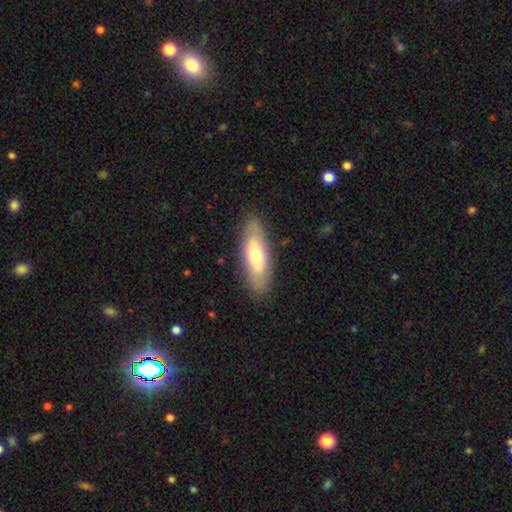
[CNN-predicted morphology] A smooth galaxy with no disk features (56%) that is in between round and cigar-shaped (63%).

Vote fractions:
- Smooth or featured? smooth: 56% / featured or disk: 38% / star or artifact: 6%
- How rounded? in between: 63% / cigar-shaped: 35% / round: 2%
- Merging? none: 85% / minor disturbance: 11% / major disturbance: 3% / merger: 1%